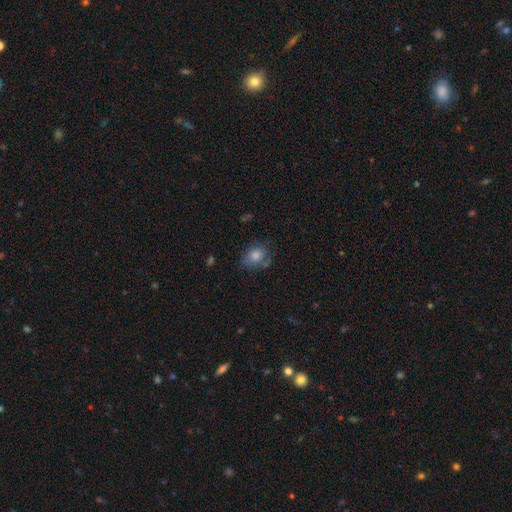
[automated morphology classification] Smooth or featured: smooth — 78% (featured or disk — 13%)
How rounded: in between — 63% (round — 36%)
Merging: none — 58% (minor disturbance — 26%)